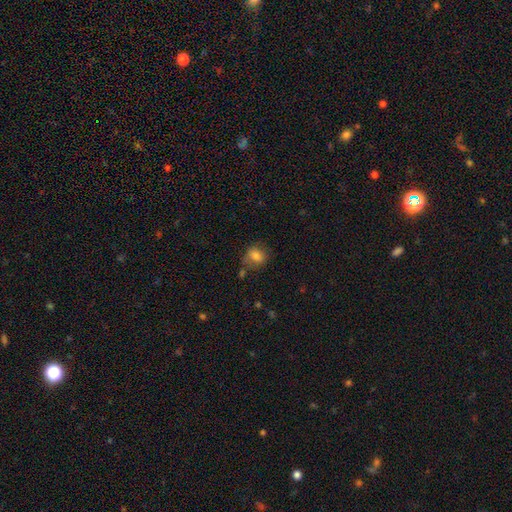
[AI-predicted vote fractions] smooth-or-featured: smooth: 77% | featured or disk: 12% | star or artifact: 11%
  how-rounded: round: 54% | in between: 45% | cigar-shaped: 1%
  merging: none: 60% | minor disturbance: 22% | major disturbance: 10% | merger: 8%